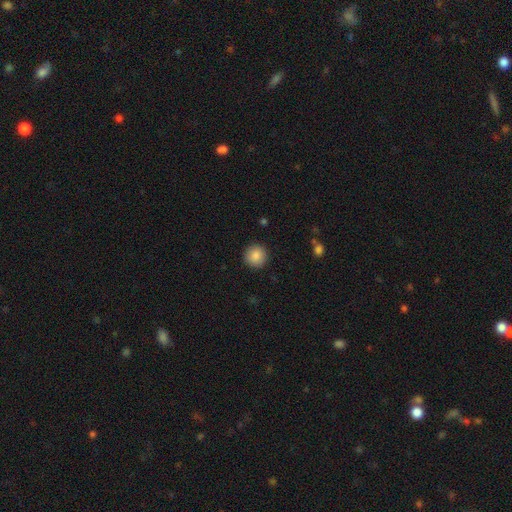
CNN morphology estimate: The model was most divided on "smooth or featured": smooth: 87%, star or artifact: 9%, featured or disk: 4%. More confident: how rounded — round (94%); merging — none (91%).